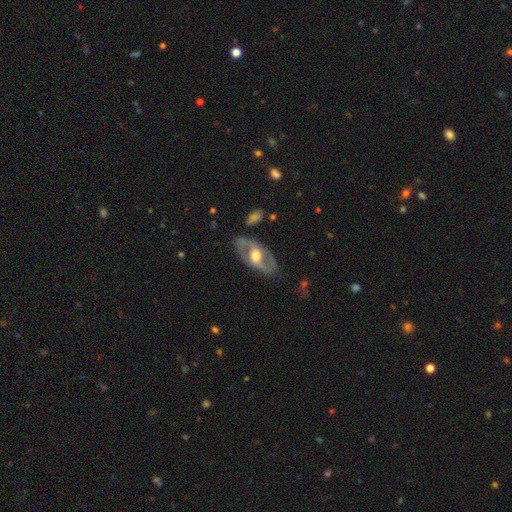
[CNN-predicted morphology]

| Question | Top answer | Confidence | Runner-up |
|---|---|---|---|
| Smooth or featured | featured or disk | 73% | smooth (22%) |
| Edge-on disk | no | 85% | yes (15%) |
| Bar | no | 51% | weak (32%) |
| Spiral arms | yes | 58% | no (42%) |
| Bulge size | moderate | 58% | large (33%) |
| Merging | none | 78% | minor disturbance (14%) |